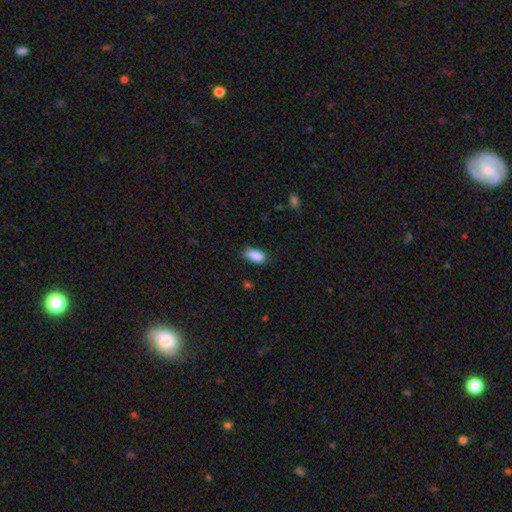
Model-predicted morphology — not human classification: The model was most divided on "merging": none: 80%, minor disturbance: 16%, major disturbance: 3%, merger: 1%. More confident: smooth or featured — smooth (89%); how rounded — in between (89%).